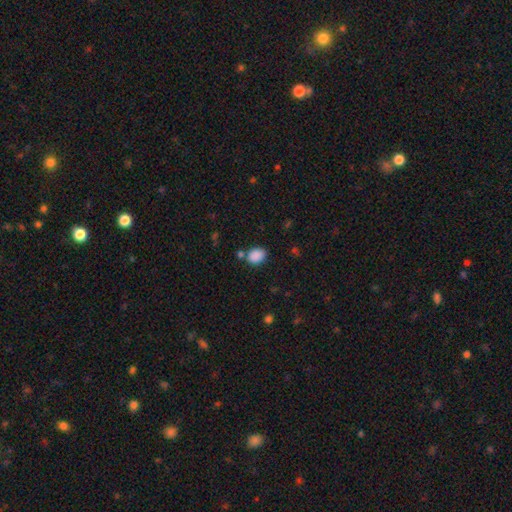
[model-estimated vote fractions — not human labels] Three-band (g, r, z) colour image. It shows a smooth galaxy with no disk features (88%) that is in between round and cigar-shaped (69%). Merging: none (73%).